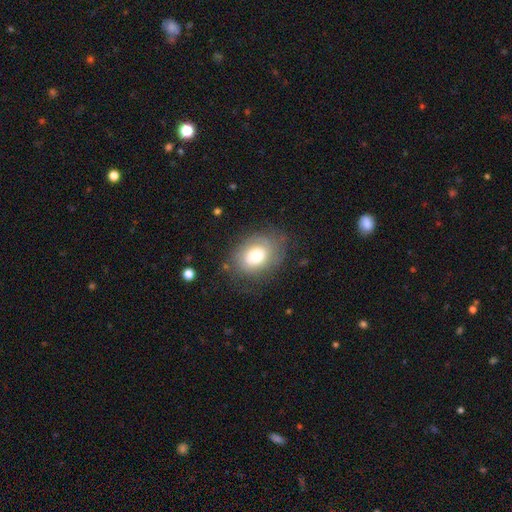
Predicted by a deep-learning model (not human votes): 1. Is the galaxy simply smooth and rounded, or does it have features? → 49% smooth, 42% featured or disk, 9% star or artifact.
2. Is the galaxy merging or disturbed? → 67% none, 20% minor disturbance, 11% major disturbance, 2% merger.